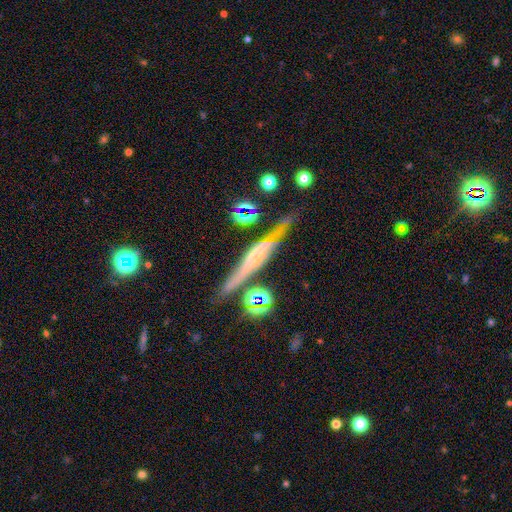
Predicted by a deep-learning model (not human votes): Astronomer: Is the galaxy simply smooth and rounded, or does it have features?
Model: featured or disk — 73%.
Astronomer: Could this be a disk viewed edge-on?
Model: yes — 92%.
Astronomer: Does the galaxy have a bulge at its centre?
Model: rounded — 41% (runner-up: none, 36%).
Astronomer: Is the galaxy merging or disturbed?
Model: none — 73%.